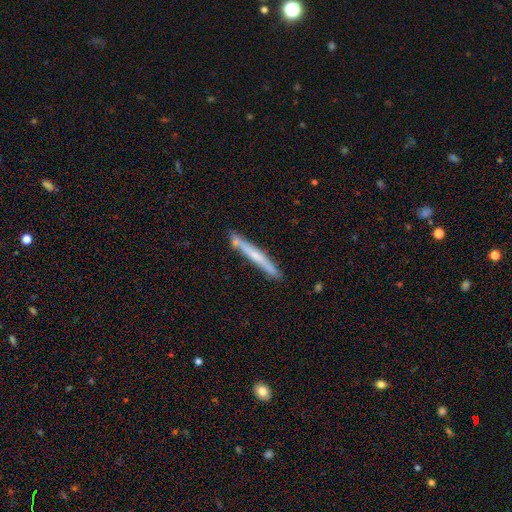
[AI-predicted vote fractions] Q: Smooth or featured?
A: smooth (51%); runner-up: featured or disk (44%)
Q: How rounded?
A: cigar-shaped (96%); runner-up: in between (2%)
Q: Merging?
A: none (82%); runner-up: minor disturbance (11%)